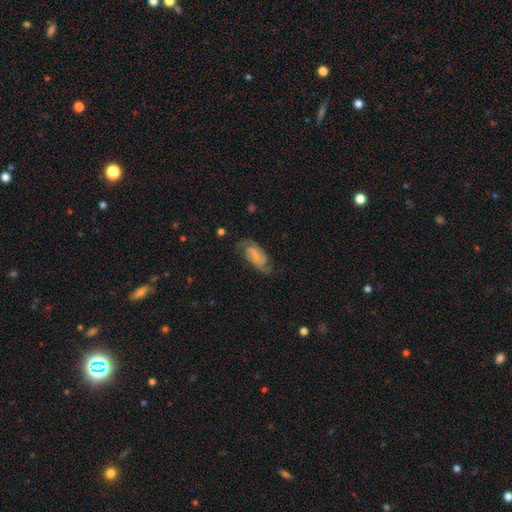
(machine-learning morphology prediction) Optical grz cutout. It shows a featured or disk galaxy (78%) with a weak bar (49%), 2 (87%) medium (50%) spiral arms (96%) and a small central bulge (46%). Merging: none (72%).